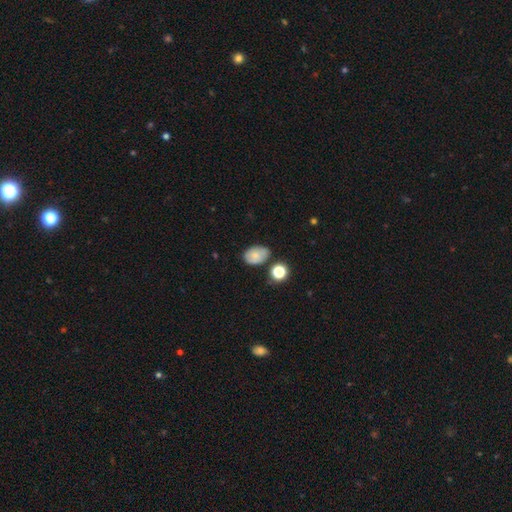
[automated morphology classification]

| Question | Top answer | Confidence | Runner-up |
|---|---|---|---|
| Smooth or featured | smooth | 72% | featured or disk (18%) |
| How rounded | in between | 80% | round (18%) |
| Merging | none | 67% | minor disturbance (22%) |